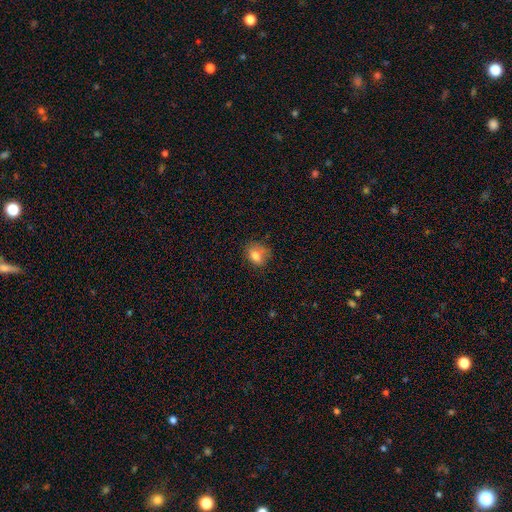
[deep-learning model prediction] Q: Smooth or featured?
A: smooth (78%); runner-up: featured or disk (11%)
Q: How rounded?
A: in between (57%); runner-up: round (42%)
Q: Merging?
A: none (57%); runner-up: minor disturbance (28%)